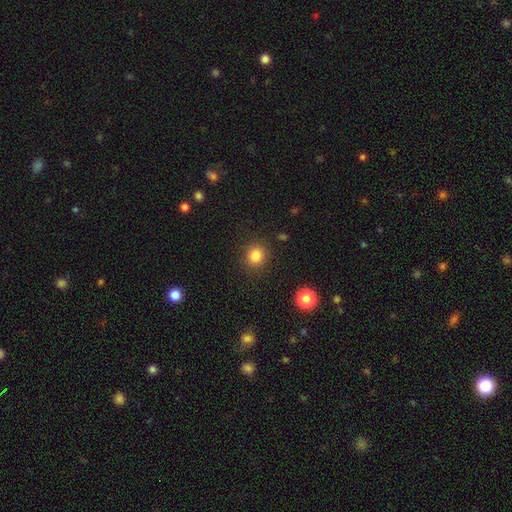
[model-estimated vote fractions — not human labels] Smooth or featured: smooth — 82% (star or artifact — 12%)
How rounded: round — 86% (in between — 13%)
Merging: none — 89% (minor disturbance — 7%)